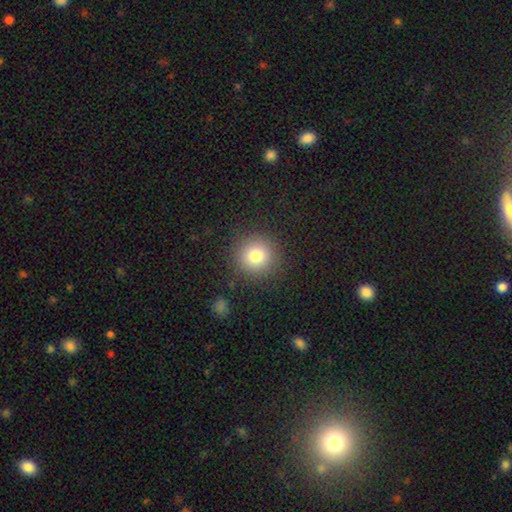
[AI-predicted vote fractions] Overall: smooth (79%). How rounded: round (93%). Merging: none (88%).